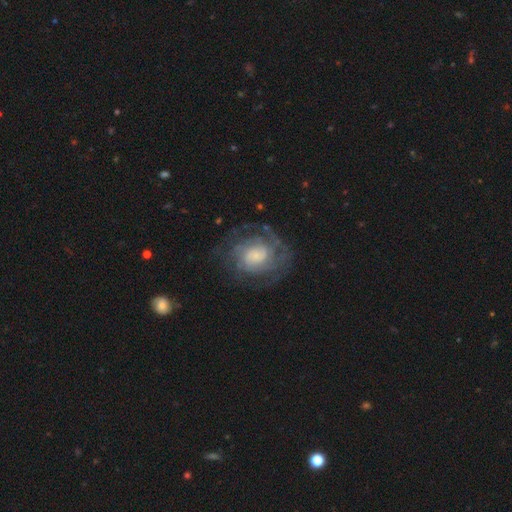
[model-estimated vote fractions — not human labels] Smooth or featured? Predicted: featured or disk (p=0.74). Edge-on disk? Predicted: no (p=0.98). Bar? Predicted: no (p=0.69). Spiral arms? Predicted: yes (p=0.87). Spiral winding? Predicted: tight (p=0.59). Spiral arm count? Predicted: can't tell (p=0.45). Bulge size? Predicted: small (p=0.35). Merging? Predicted: none (p=0.69).